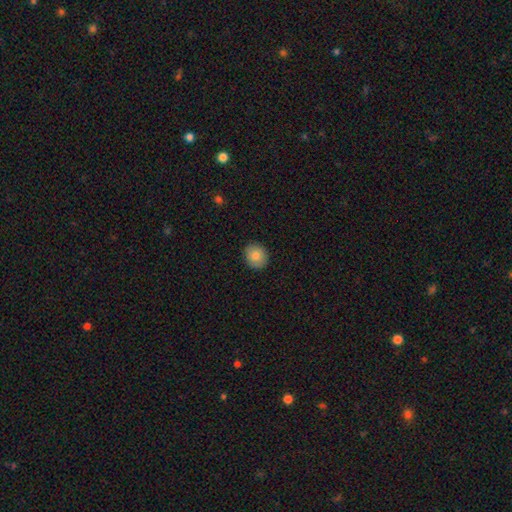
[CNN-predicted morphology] smooth-or-featured: smooth: 84% | star or artifact: 8% | featured or disk: 8%
  how-rounded: round: 75% | in between: 24% | cigar-shaped: 1%
  merging: none: 90% | minor disturbance: 7% | major disturbance: 2% | merger: 1%